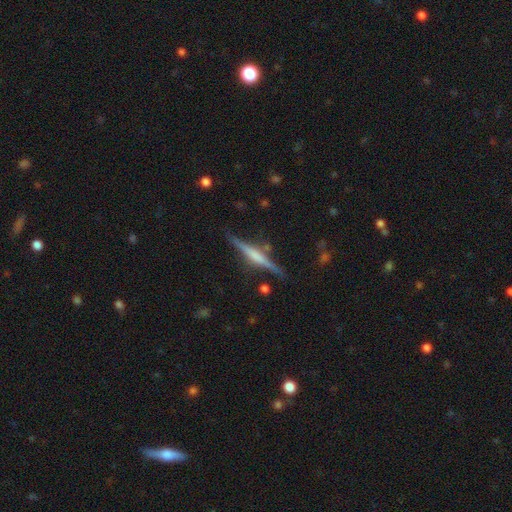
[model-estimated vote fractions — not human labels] Smooth or featured? featured or disk (74%)
Edge-on disk? yes (98%)
Edge-on bulge? rounded (58%)
Merging? none (85%)